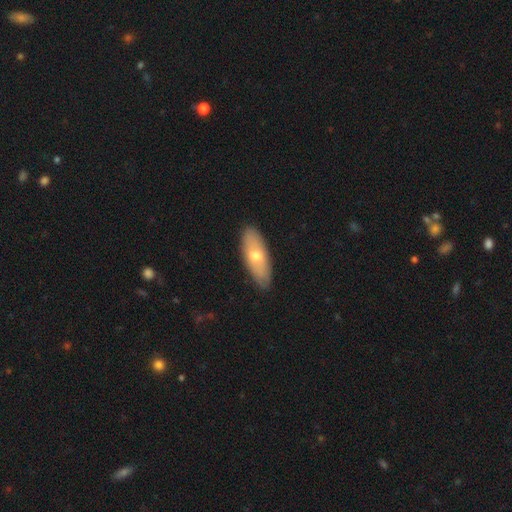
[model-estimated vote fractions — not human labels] Smooth or featured? smooth (62%)
How rounded? in between (72%)
Merging? none (86%)